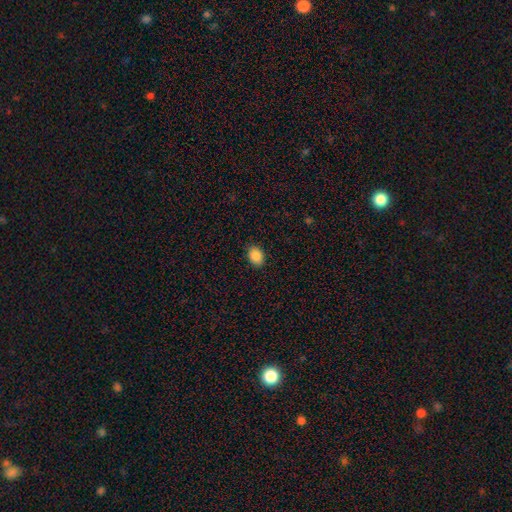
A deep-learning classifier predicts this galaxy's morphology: This appears to be a smooth galaxy with no disk features (88%) that is in between round and cigar-shaped (73%). Merging: none (89%).